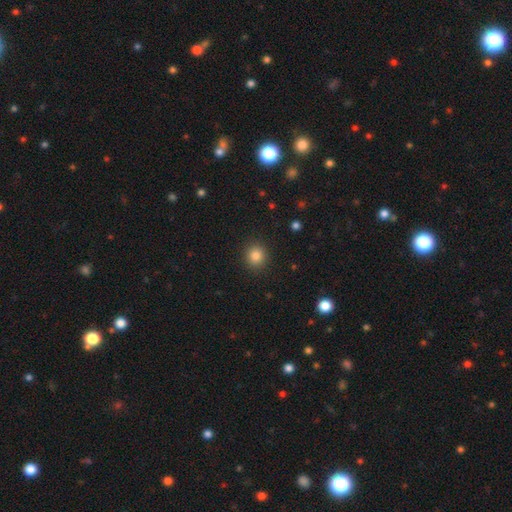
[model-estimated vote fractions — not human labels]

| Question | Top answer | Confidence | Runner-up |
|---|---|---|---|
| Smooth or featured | smooth | 83% | star or artifact (12%) |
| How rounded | round | 88% | in between (11%) |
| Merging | none | 91% | minor disturbance (6%) |